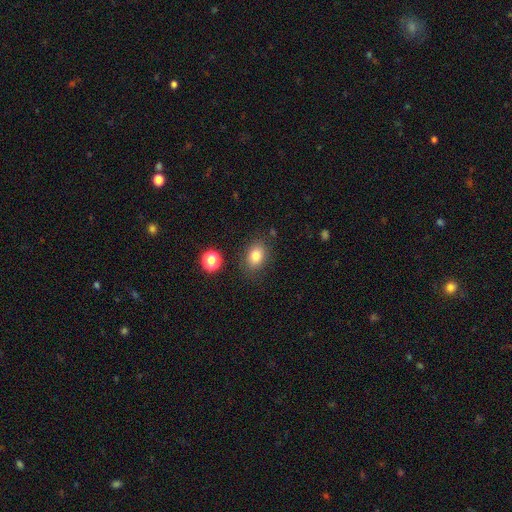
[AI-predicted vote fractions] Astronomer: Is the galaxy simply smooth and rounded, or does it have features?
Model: smooth — 81%.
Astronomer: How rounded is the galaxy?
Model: in between — 73%.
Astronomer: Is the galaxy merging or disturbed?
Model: none — 82%.